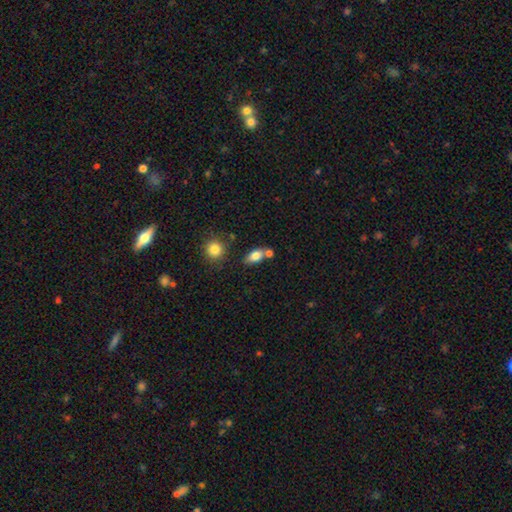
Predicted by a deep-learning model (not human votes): Overall: smooth (79%). How rounded: in between (85%). Merging: none (58%; merger 25%).